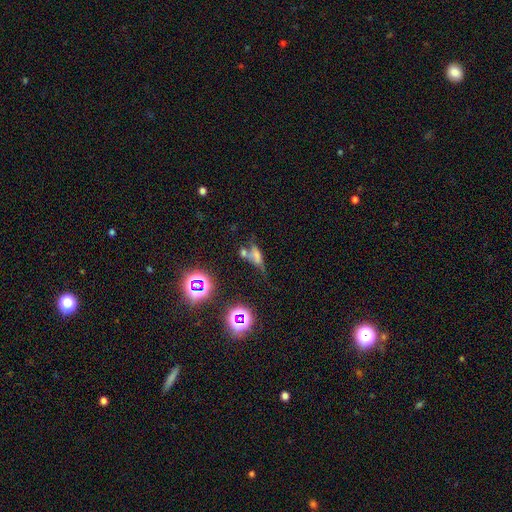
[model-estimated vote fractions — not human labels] A smooth galaxy with no disk features (45%).

Vote fractions:
- Smooth or featured? smooth: 45% / featured or disk: 30% / star or artifact: 25%
- Merging? merger: 34% / none: 27% / major disturbance: 20% / minor disturbance: 19%